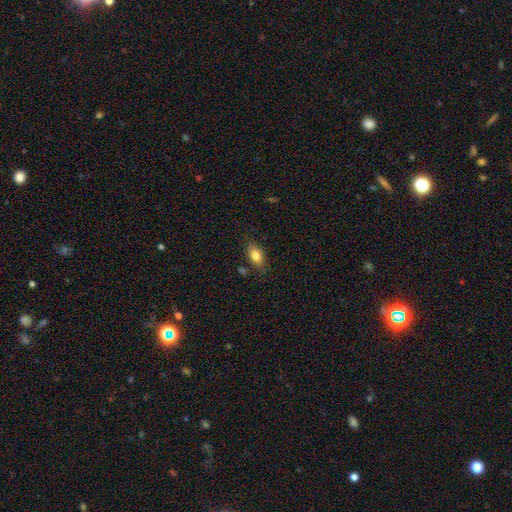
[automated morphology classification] Smooth or featured?
  - smooth: 81% *
  - featured or disk: 11%
  - star or artifact: 8%
How rounded?
  - in between: 85% *
  - round: 10%
  - cigar-shaped: 5%
Merging?
  - none: 78% *
  - minor disturbance: 16%
  - major disturbance: 3%
  - merger: 3%